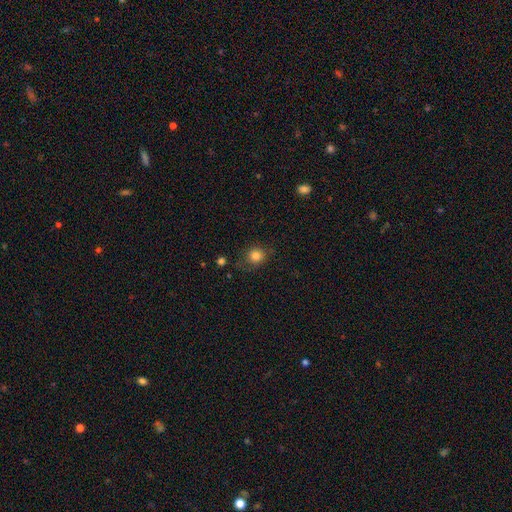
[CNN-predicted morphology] Q: Smooth or featured?
A: smooth (82%); runner-up: star or artifact (12%)
Q: How rounded?
A: round (82%); runner-up: in between (17%)
Q: Merging?
A: none (76%); runner-up: minor disturbance (16%)